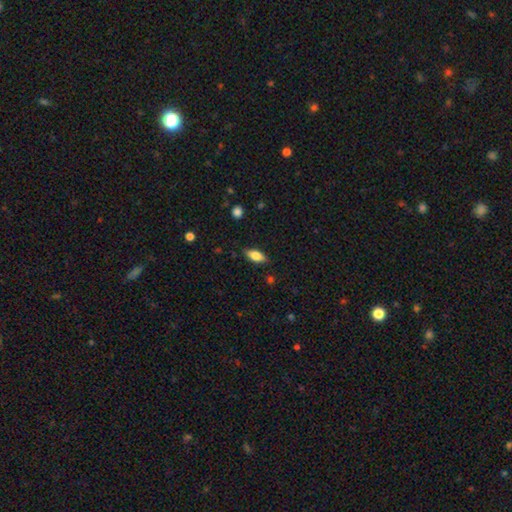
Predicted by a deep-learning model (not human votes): Smooth or featured? smooth (74%)
How rounded? in between (84%)
Merging? none (85%)